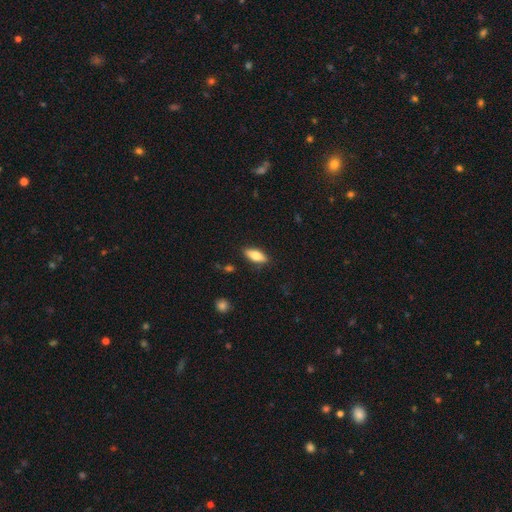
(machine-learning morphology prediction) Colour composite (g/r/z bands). It shows a smooth galaxy with no disk features (72%) that is in between round and cigar-shaped (76%). Merging: none (87%).